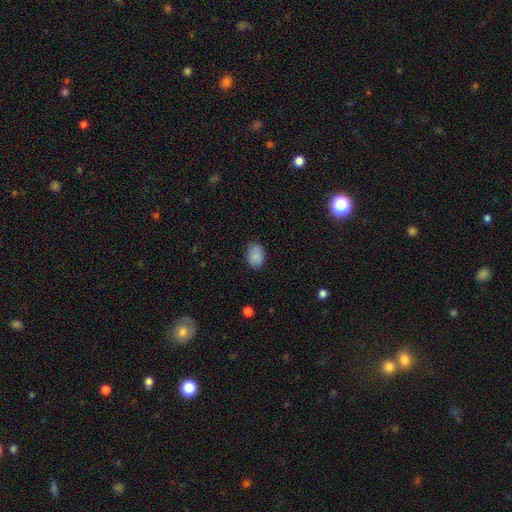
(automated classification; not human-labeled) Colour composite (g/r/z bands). It shows a smooth galaxy with no disk features (87%) that is in between round and cigar-shaped (78%). Merging: none (84%).